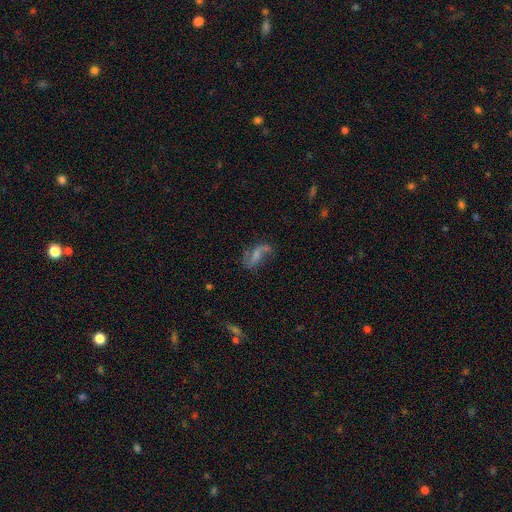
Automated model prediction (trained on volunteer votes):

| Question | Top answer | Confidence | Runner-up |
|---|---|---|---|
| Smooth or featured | featured or disk | 67% | smooth (22%) |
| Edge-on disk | no | 94% | yes (6%) |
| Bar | weak | 41% | no (40%) |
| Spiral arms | yes | 84% | no (16%) |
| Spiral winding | loose | 75% | medium (19%) |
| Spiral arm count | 2 | 79% | 1 (12%) |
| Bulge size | small | 47% | none (29%) |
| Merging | none | 54% | minor disturbance (21%) |